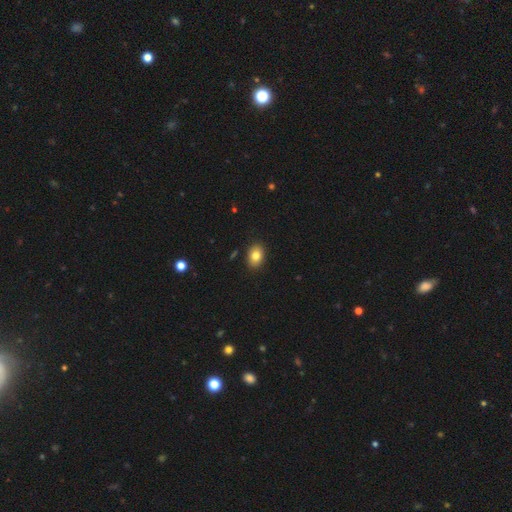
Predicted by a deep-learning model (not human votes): Q: Smooth or featured?
A: smooth (83%); runner-up: star or artifact (9%)
Q: How rounded?
A: in between (76%); runner-up: round (23%)
Q: Merging?
A: none (89%); runner-up: minor disturbance (8%)